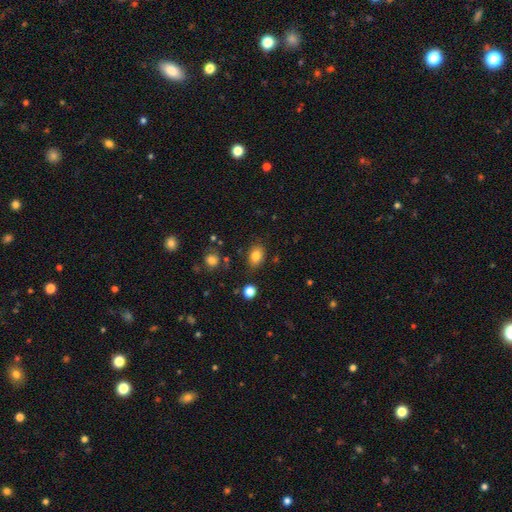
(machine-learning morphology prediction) Smooth or featured? smooth (82%)
How rounded? in between (75%)
Merging? none (81%)